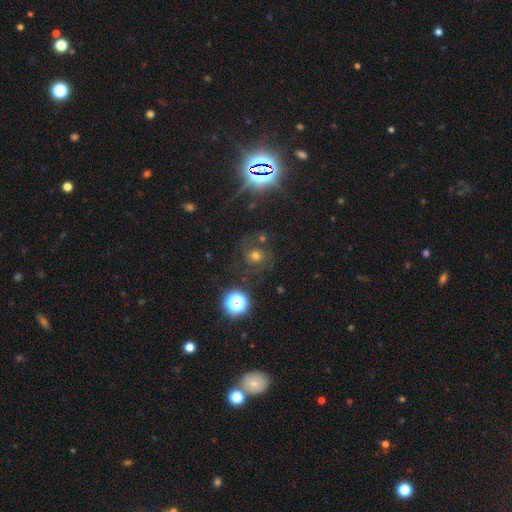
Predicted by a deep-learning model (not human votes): Smooth or featured? smooth (38%)
Merging? none (71%)